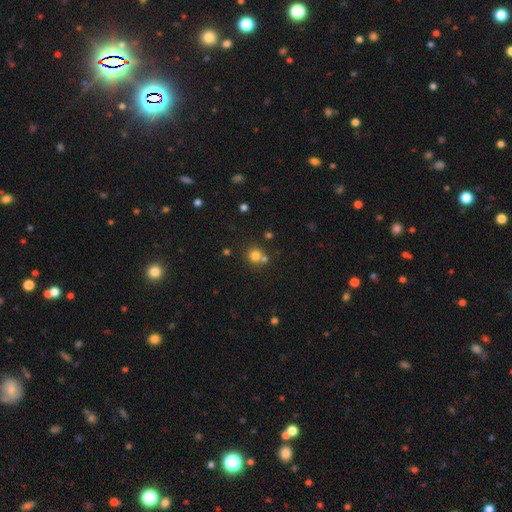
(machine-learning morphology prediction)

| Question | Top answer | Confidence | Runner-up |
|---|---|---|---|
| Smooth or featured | smooth | 76% | star or artifact (15%) |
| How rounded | round | 89% | in between (10%) |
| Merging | none | 59% | merger (31%) |